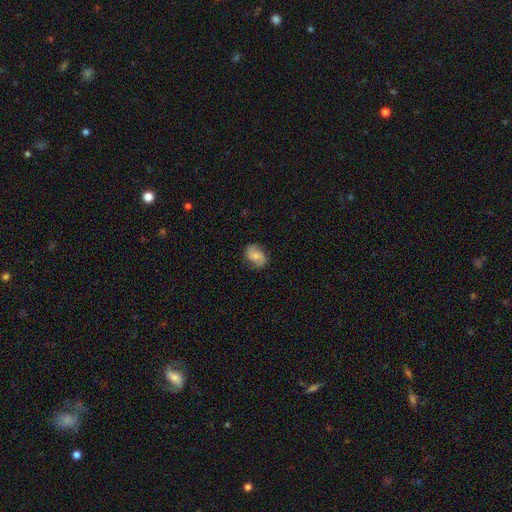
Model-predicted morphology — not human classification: Smooth or featured? Predicted: featured or disk (p=0.46). Merging? Predicted: none (p=0.78).